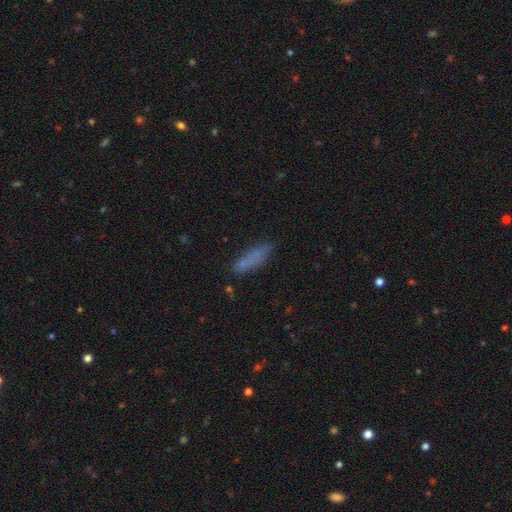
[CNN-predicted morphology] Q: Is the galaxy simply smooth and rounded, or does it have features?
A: smooth — 76%.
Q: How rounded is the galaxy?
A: cigar-shaped — 64%.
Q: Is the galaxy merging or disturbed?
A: none — 82%.